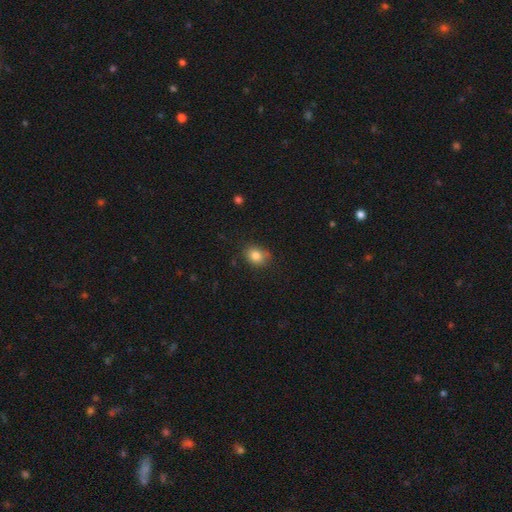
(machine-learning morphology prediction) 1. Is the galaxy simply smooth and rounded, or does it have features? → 83% smooth, 10% star or artifact, 7% featured or disk.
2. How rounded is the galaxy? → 50% round, 49% in between, 1% cigar-shaped.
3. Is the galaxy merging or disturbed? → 75% none, 19% minor disturbance, 4% major disturbance, 3% merger.